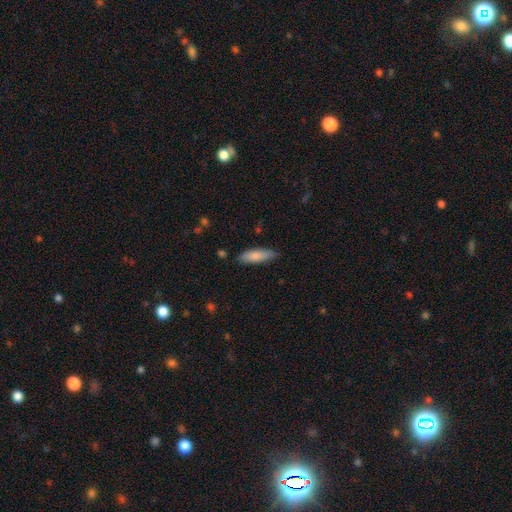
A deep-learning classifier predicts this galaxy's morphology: Smooth or featured? Predicted: smooth (p=0.82). How rounded? Predicted: cigar-shaped (p=0.50). Merging? Predicted: none (p=0.76).